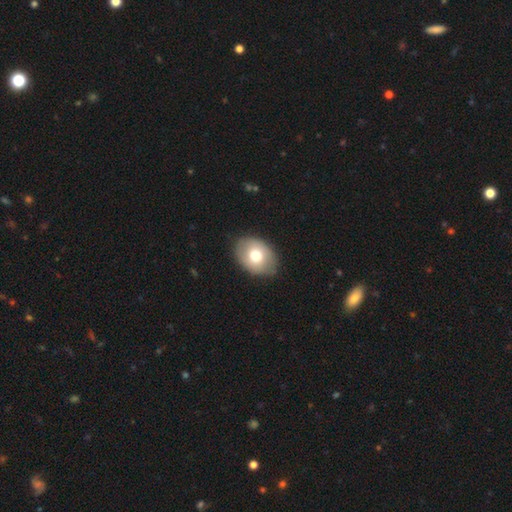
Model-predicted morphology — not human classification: This appears to be a smooth galaxy with no disk features (70%) that is in between round and cigar-shaped (73%). Merging: none (83%).